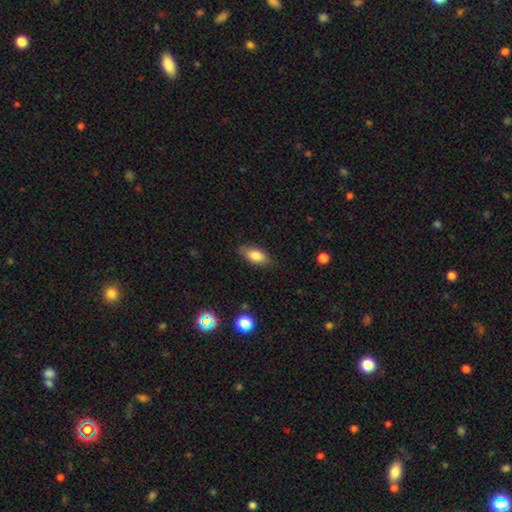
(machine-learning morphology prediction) type=smooth (79%); roundness=in between (85%); merging=none (82%).